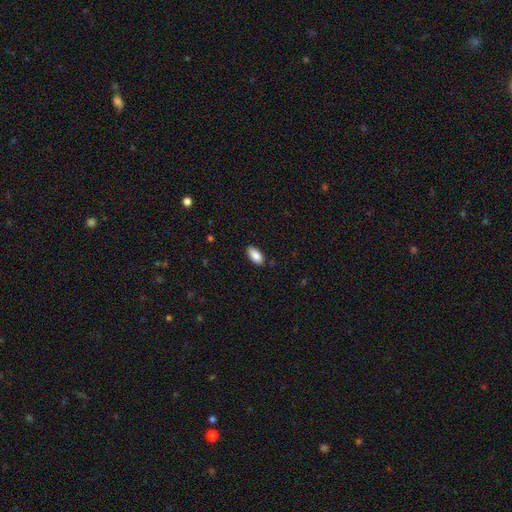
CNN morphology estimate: This appears to be a smooth galaxy with no disk features (86%) that is in between round and cigar-shaped (90%). Merging: none (84%).